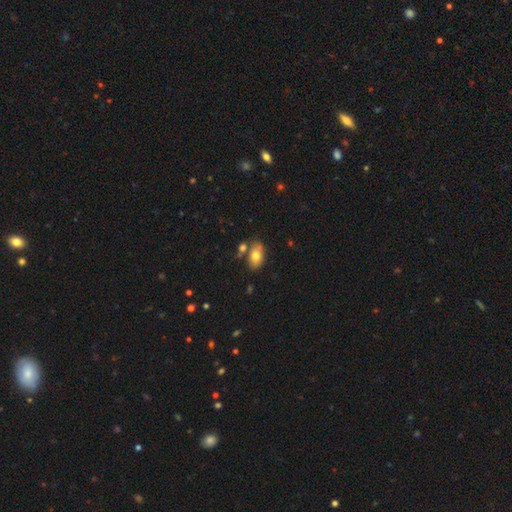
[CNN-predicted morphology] Smooth or featured?
  - smooth: 77% *
  - featured or disk: 15%
  - star or artifact: 8%
How rounded?
  - in between: 89% *
  - round: 9%
  - cigar-shaped: 2%
Merging?
  - none: 67% *
  - merger: 16%
  - minor disturbance: 14%
  - major disturbance: 4%